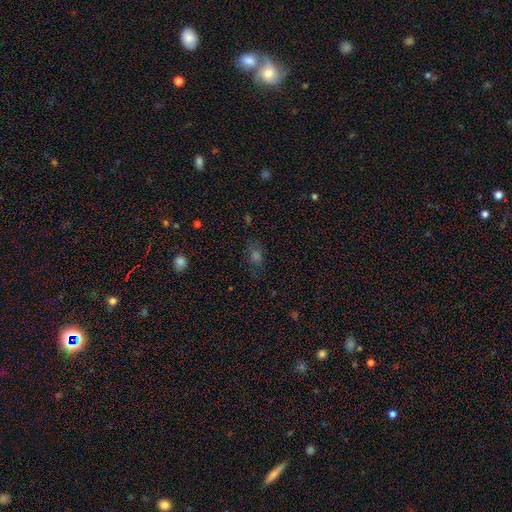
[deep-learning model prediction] smooth_or_featured: smooth (p=0.51) [alt: star or artifact p=0.35]
how_rounded: in between (p=0.65) [alt: round p=0.31]
merging: none (p=0.77) [alt: minor disturbance p=0.15]